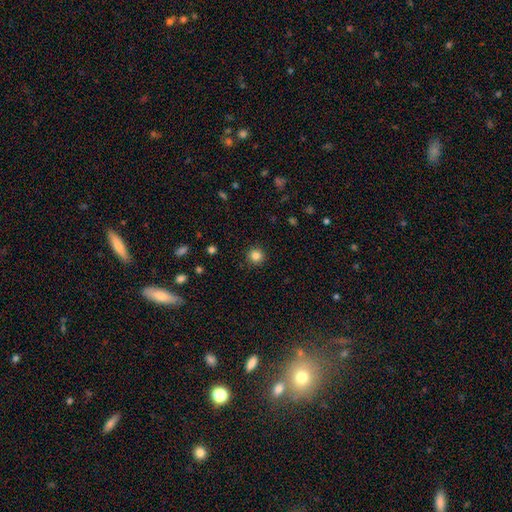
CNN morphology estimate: smooth_or_featured: smooth (p=0.84) [alt: star or artifact p=0.12]
how_rounded: round (p=0.95) [alt: in between p=0.04]
merging: none (p=0.92) [alt: minor disturbance p=0.05]